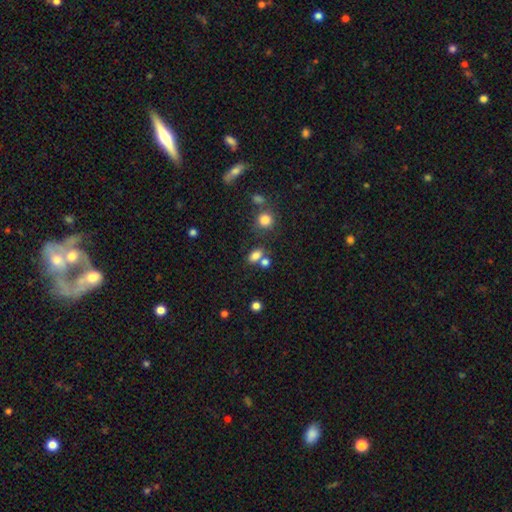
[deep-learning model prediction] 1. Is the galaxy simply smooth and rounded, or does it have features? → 79% smooth, 13% star or artifact, 7% featured or disk.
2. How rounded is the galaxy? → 81% in between, 17% round, 3% cigar-shaped.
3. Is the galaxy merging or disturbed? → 54% none, 28% merger, 13% minor disturbance, 5% major disturbance.